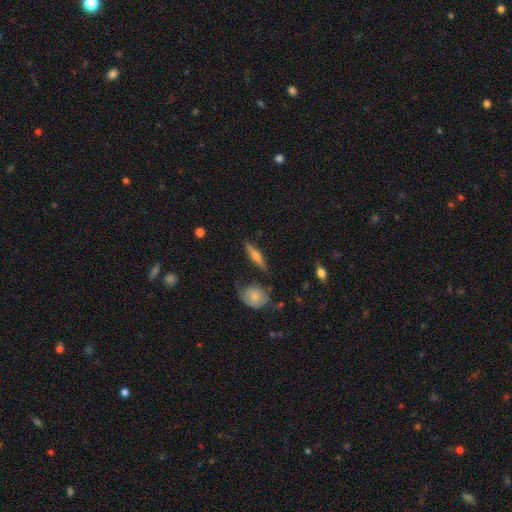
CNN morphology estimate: A featured or disk galaxy (53%) viewed edge-on (91%).

Vote fractions:
- Smooth or featured? featured or disk: 53% / smooth: 40% / star or artifact: 7%
- Edge-on disk? yes: 91% / no: 9%
- Merging? none: 78% / minor disturbance: 14% / merger: 4% / major disturbance: 4%